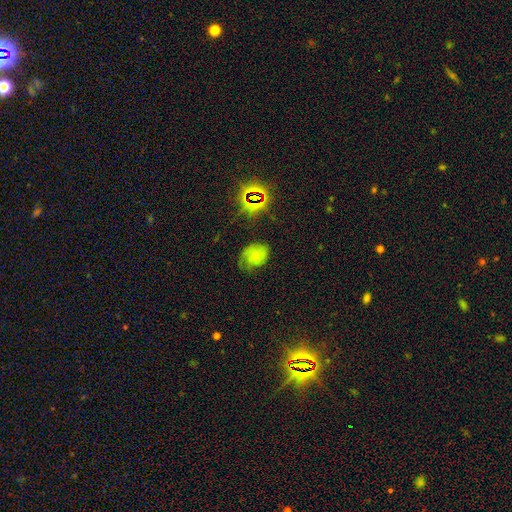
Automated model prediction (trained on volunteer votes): A featured or disk galaxy (44%). Merging: none (55%).